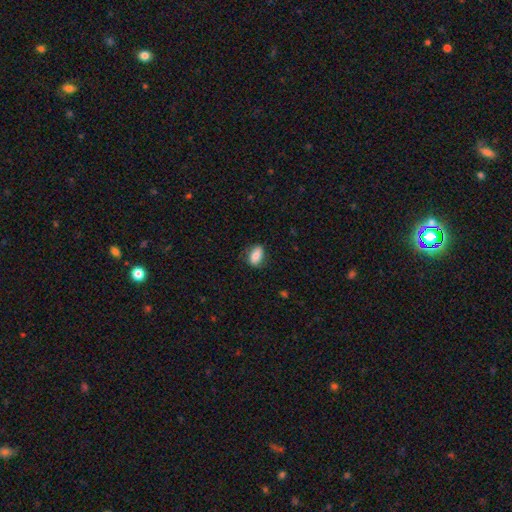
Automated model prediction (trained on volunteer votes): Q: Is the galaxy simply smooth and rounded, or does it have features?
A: smooth — 81%.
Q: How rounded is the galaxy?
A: in between — 88%.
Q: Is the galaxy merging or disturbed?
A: none — 77%.